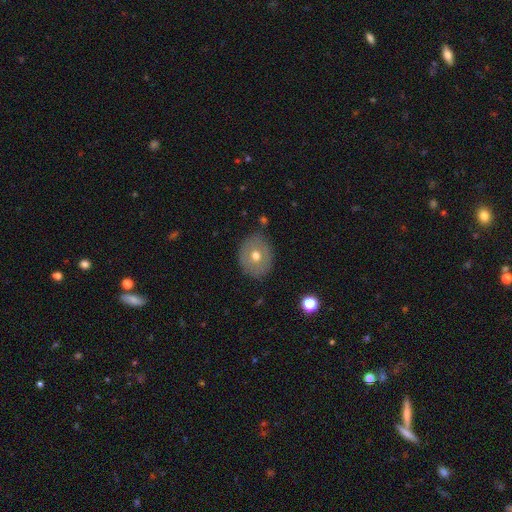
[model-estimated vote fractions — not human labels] A smooth galaxy with no disk features (58%) that is round (65%).

Vote fractions:
- Smooth or featured? smooth: 58% / featured or disk: 33% / star or artifact: 9%
- How rounded? round: 65% / in between: 34% / cigar-shaped: 1%
- Merging? none: 83% / minor disturbance: 12% / major disturbance: 3% / merger: 2%